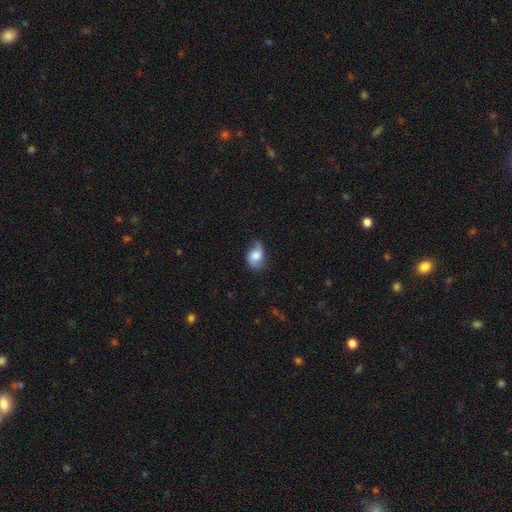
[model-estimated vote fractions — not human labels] smooth_or_featured: smooth (p=0.58) [alt: featured or disk p=0.33]
how_rounded: in between (p=0.72) [alt: round p=0.26]
merging: none (p=0.53) [alt: minor disturbance p=0.34]